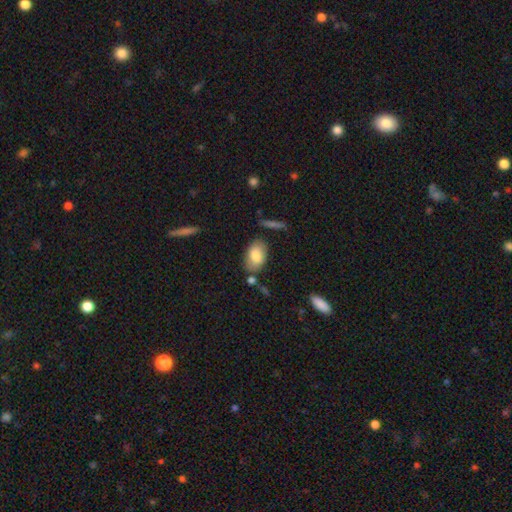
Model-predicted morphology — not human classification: smooth 81%, featured or disk 12%, star or artifact 7%. Down the decision tree: how rounded — in between (91%); merging — none (73%).